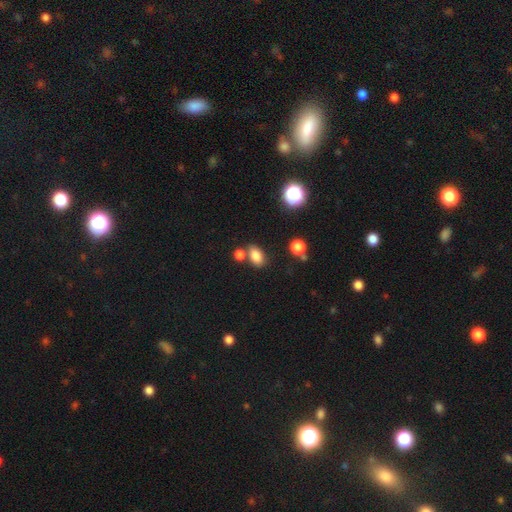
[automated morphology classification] A smooth galaxy with no disk features (81%) that is in between round and cigar-shaped (84%).

Vote fractions:
- Smooth or featured? smooth: 81% / star or artifact: 12% / featured or disk: 7%
- How rounded? in between: 84% / round: 15% / cigar-shaped: 2%
- Merging? none: 64% / merger: 20% / minor disturbance: 12% / major disturbance: 4%